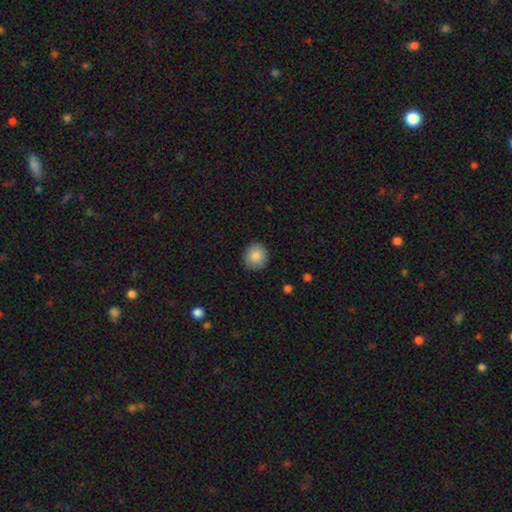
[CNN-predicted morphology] type=smooth (85%); roundness=round (91%); merging=none (89%).